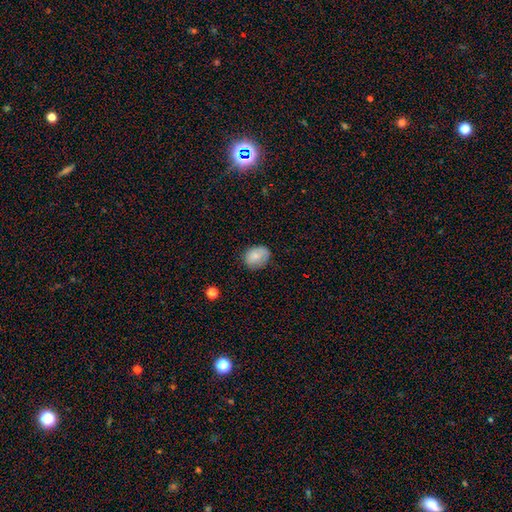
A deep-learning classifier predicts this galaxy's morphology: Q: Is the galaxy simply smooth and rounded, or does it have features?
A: smooth — 81%.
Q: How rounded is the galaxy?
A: in between — 61%.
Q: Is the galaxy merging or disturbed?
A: none — 74%.